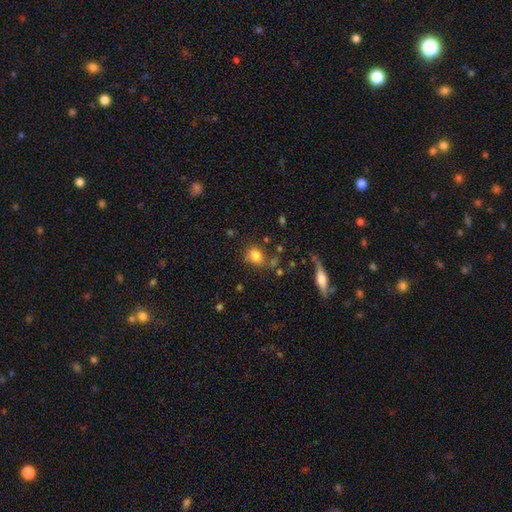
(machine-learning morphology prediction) Smooth or featured: smooth — 80% (star or artifact — 11%)
How rounded: round — 55% (in between — 43%)
Merging: none — 70% (minor disturbance — 16%)